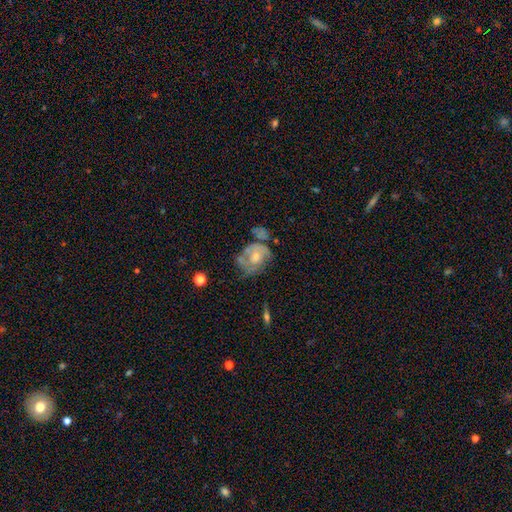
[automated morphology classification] Smooth or featured?
  - featured or disk: 62% *
  - smooth: 30%
  - star or artifact: 7%
Edge-on disk?
  - no: 97% *
  - yes: 3%
Bar?
  - no: 80% *
  - weak: 17%
  - strong: 3%
Spiral arms?
  - yes: 63% *
  - no: 37%
Bulge size?
  - moderate: 53% *
  - small: 38%
  - large: 4%
  - none: 4%
  - dominant: 1%
Merging?
  - none: 37% *
  - minor disturbance: 27%
  - major disturbance: 24%
  - merger: 12%